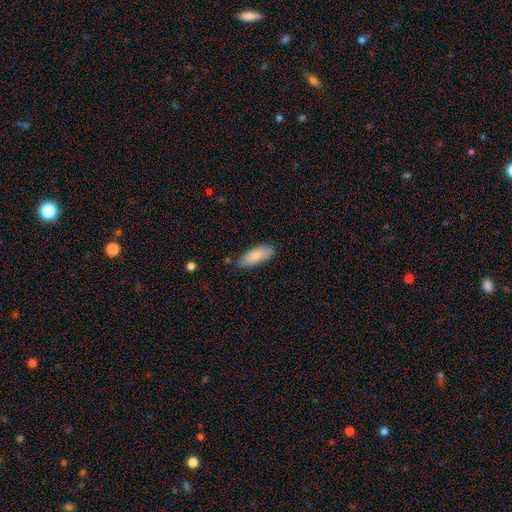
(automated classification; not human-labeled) smooth 85%, featured or disk 9%, star or artifact 6%. Down the decision tree: how rounded — in between (79%); merging — none (80%).